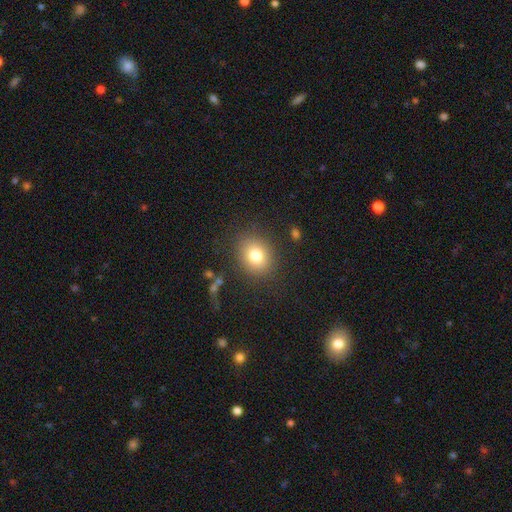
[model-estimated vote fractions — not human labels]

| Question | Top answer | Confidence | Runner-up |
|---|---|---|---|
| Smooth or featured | smooth | 79% | star or artifact (11%) |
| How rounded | round | 58% | in between (41%) |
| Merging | none | 83% | minor disturbance (10%) |